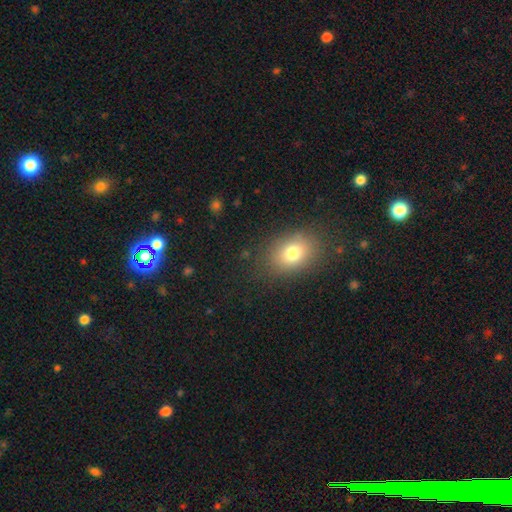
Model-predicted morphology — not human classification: Overall: smooth (65%; star or artifact 26%). How rounded: in between (61%; round 38%). Merging: none (87%).